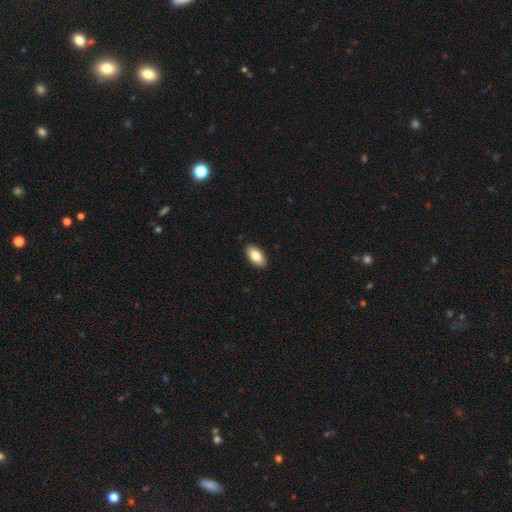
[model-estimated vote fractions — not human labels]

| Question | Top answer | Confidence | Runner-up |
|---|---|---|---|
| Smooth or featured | smooth | 83% | featured or disk (10%) |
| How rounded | in between | 94% | round (3%) |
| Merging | none | 90% | minor disturbance (7%) |